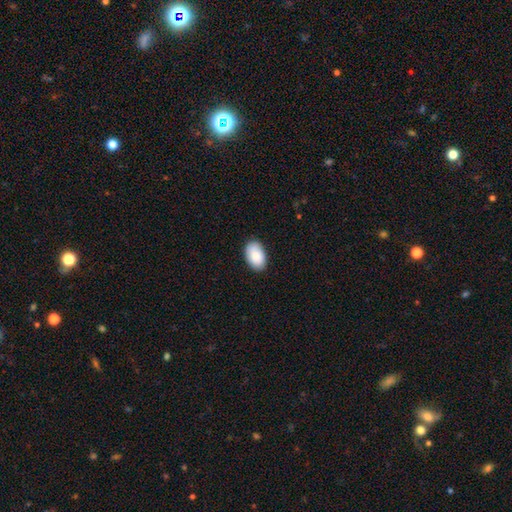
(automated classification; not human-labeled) This appears to be a smooth galaxy with no disk features (88%) that is in between round and cigar-shaped (93%). Merging: none (85%).